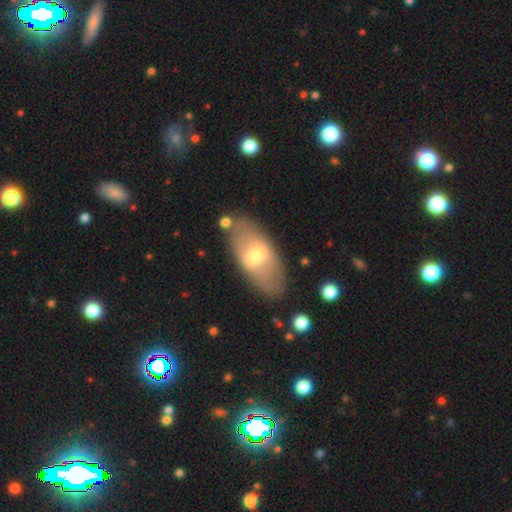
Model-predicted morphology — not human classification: Smooth or featured? smooth (48%)
Merging? none (79%)